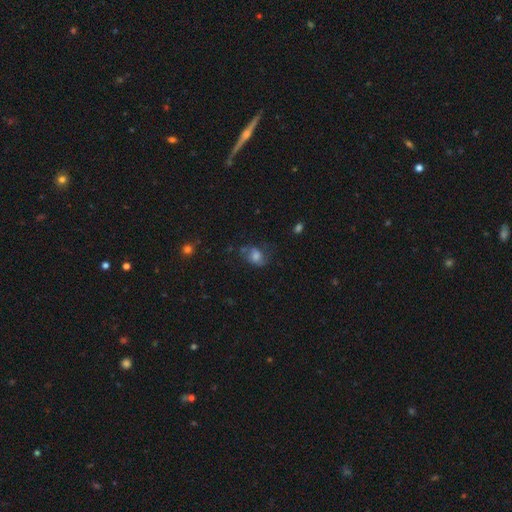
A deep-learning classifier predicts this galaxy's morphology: Smooth or featured: smooth — 53% (featured or disk — 33%)
How rounded: in between — 61% (round — 37%)
Merging: none — 52% (minor disturbance — 26%)